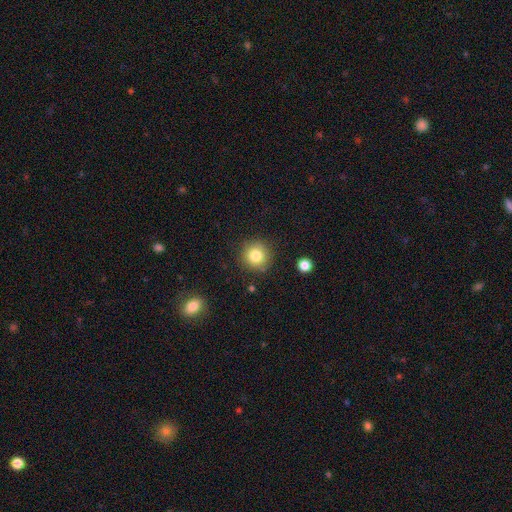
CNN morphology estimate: smooth-or-featured: smooth: 83% | star or artifact: 10% | featured or disk: 7%
  how-rounded: round: 92% | in between: 7% | cigar-shaped: 1%
  merging: none: 85% | minor disturbance: 10% | major disturbance: 3% | merger: 2%